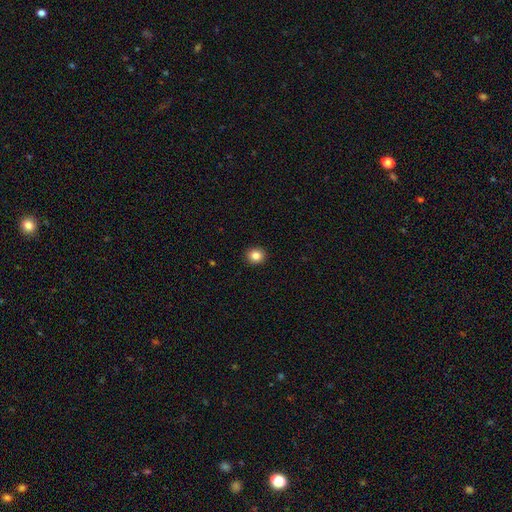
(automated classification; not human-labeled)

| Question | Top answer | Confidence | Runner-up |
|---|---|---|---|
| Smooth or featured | smooth | 84% | star or artifact (10%) |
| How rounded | round | 84% | in between (15%) |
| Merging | none | 93% | minor disturbance (5%) |